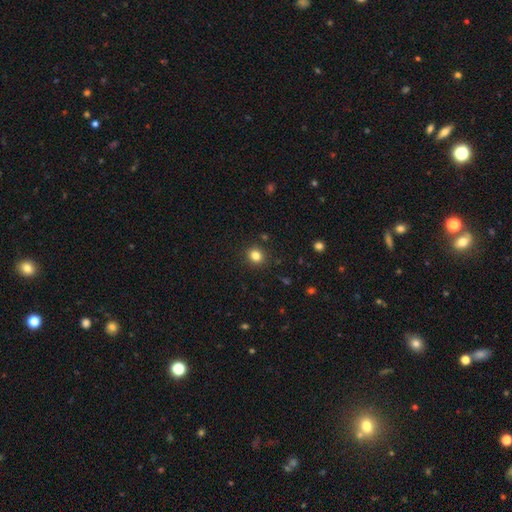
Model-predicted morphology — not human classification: Smooth or featured?
  - smooth: 82% *
  - star or artifact: 13%
  - featured or disk: 5%
How rounded?
  - round: 81% *
  - in between: 18%
  - cigar-shaped: 1%
Merging?
  - none: 89% *
  - minor disturbance: 7%
  - major disturbance: 2%
  - merger: 1%